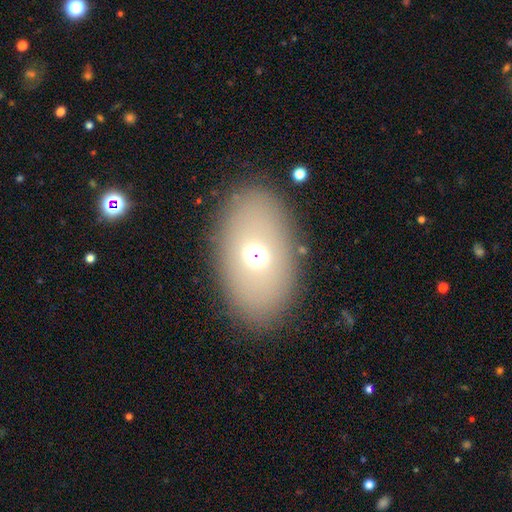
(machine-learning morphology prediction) smooth 56%, featured or disk 28%, star or artifact 15%. Down the decision tree: how rounded — in between (84%); merging — none (82%).